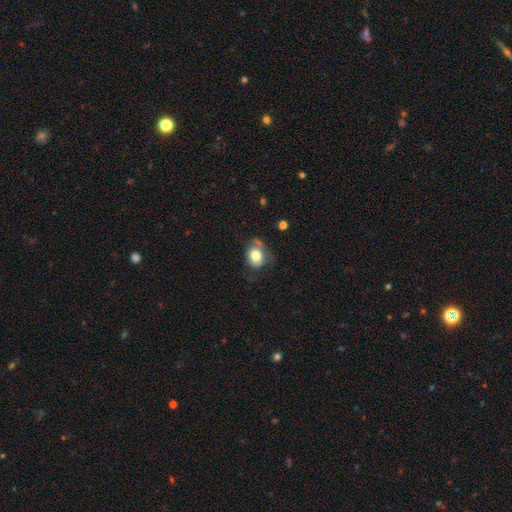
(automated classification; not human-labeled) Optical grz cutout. It shows a smooth galaxy with no disk features (74%) that is in between round and cigar-shaped (50%). Merging: none (43%).